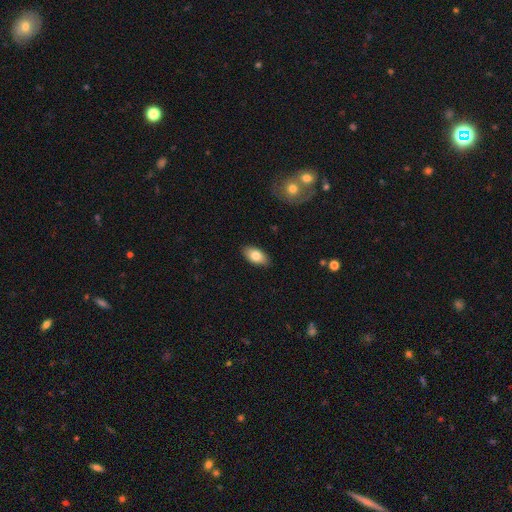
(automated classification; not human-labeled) Smooth or featured: smooth — 80% (featured or disk — 13%)
How rounded: in between — 92% (round — 4%)
Merging: none — 88% (minor disturbance — 9%)